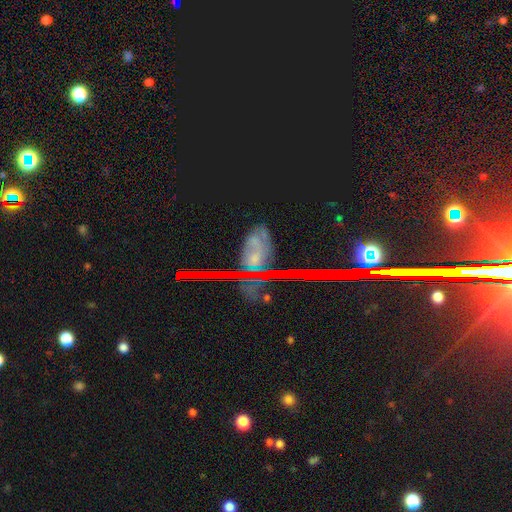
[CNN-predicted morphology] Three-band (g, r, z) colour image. It shows a star or artifact, not a galaxy (46%).